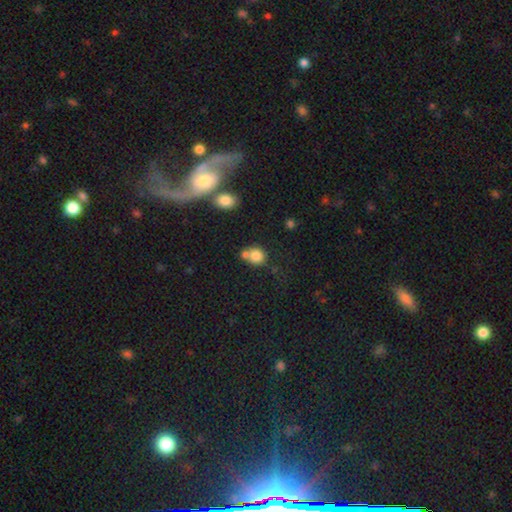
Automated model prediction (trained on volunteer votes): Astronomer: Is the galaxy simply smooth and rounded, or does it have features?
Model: smooth — 80%.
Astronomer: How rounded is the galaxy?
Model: round — 76%.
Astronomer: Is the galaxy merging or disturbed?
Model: none — 45% (runner-up: merger, 39%).